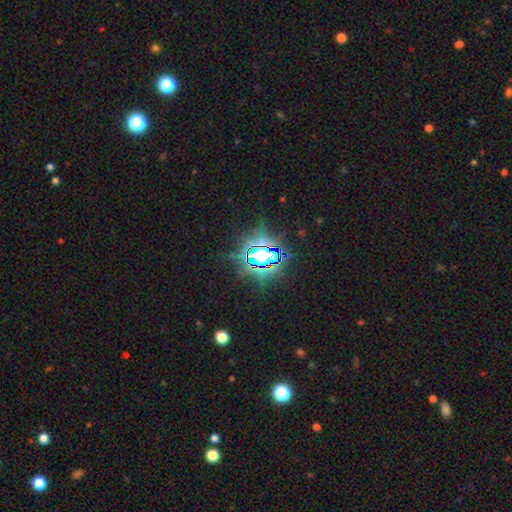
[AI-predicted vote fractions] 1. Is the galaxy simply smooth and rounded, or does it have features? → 85% star or artifact, 9% smooth, 6% featured or disk.